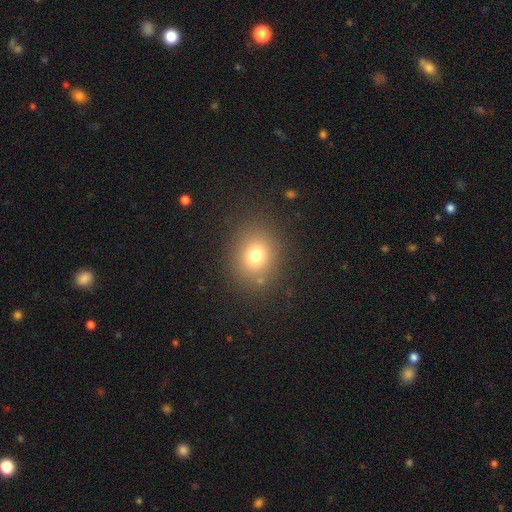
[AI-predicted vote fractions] smooth-or-featured: smooth: 74% | star or artifact: 16% | featured or disk: 10%
  how-rounded: round: 71% | in between: 28% | cigar-shaped: 1%
  merging: none: 84% | minor disturbance: 9% | major disturbance: 5% | merger: 2%